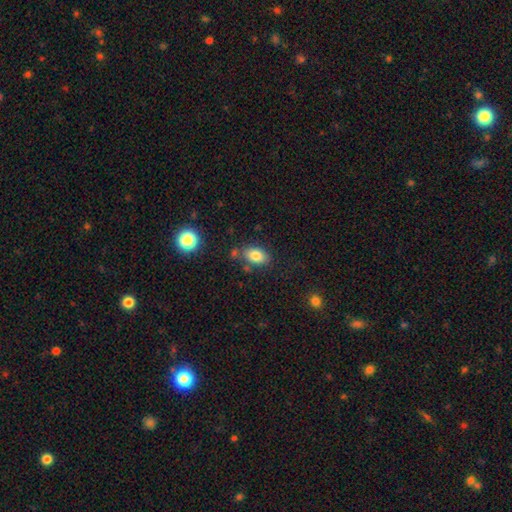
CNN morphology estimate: Overall: smooth (82%). How rounded: in between (87%). Merging: none (73%).